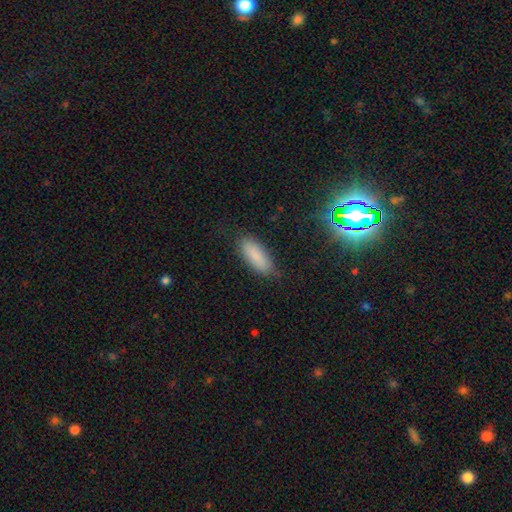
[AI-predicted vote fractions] smooth-or-featured: smooth: 83% | star or artifact: 10% | featured or disk: 7%
  how-rounded: in between: 67% | cigar-shaped: 31% | round: 2%
  merging: none: 81% | minor disturbance: 14% | major disturbance: 4% | merger: 1%